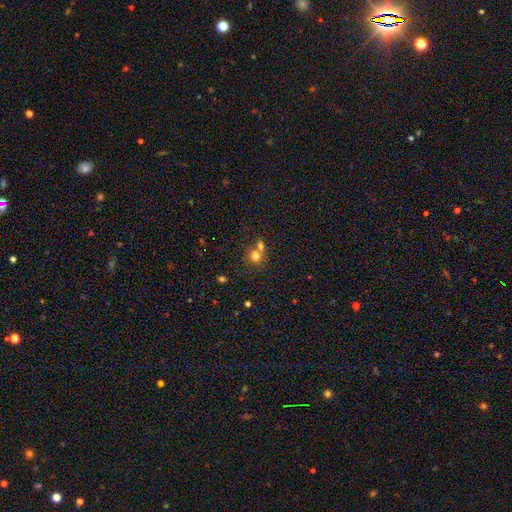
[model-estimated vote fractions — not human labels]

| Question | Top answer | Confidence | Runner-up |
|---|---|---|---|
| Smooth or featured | smooth | 76% | star or artifact (14%) |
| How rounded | round | 85% | in between (14%) |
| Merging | none | 45% | tied: merger (45%) |